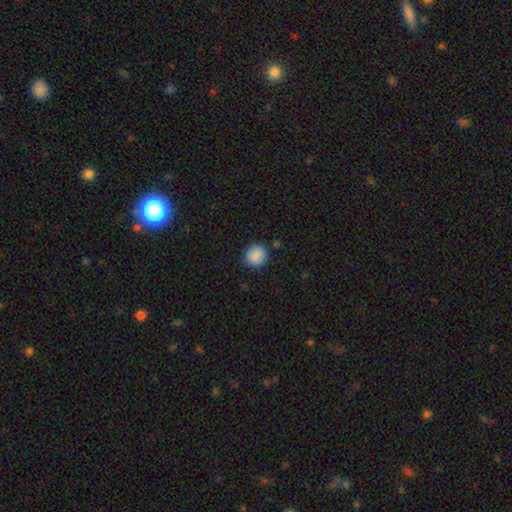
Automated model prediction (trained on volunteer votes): Q: Smooth or featured?
A: smooth (89%); runner-up: star or artifact (8%)
Q: How rounded?
A: round (92%); runner-up: in between (8%)
Q: Merging?
A: none (88%); runner-up: minor disturbance (8%)